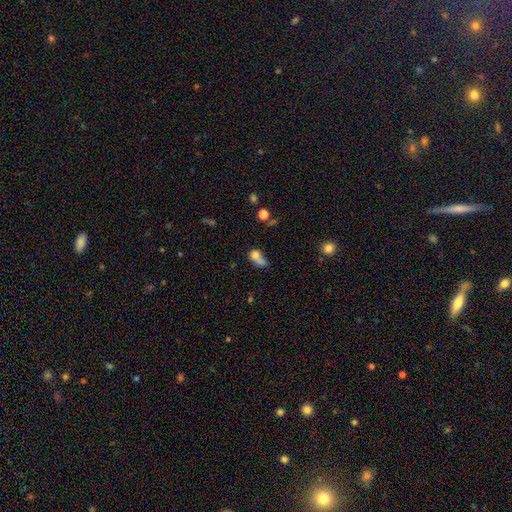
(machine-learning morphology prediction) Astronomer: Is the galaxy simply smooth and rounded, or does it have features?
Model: smooth — 69%.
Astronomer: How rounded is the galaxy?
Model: in between — 56% (runner-up: round, 38%).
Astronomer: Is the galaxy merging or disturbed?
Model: merger — 41% (runner-up: none, 24%).